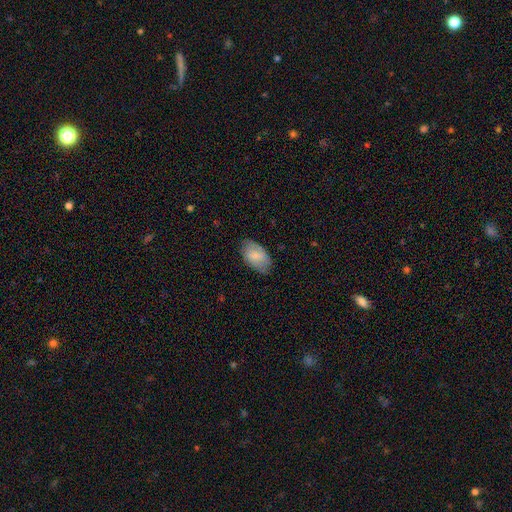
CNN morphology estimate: This is likely a smooth galaxy (72%). How rounded: clearly in between (94%). Merging: likely none (74%).